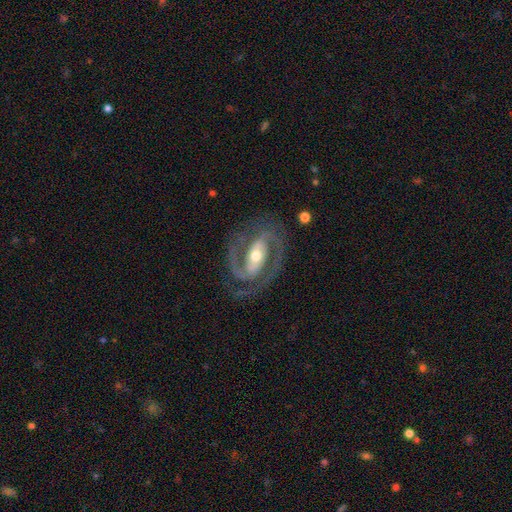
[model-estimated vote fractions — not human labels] Smooth or featured? Predicted: featured or disk (p=0.92). Edge-on disk? Predicted: no (p=0.97). Bar? Predicted: strong (p=0.55). Spiral arms? Predicted: yes (p=0.98). Spiral winding? Predicted: medium (p=0.49). Spiral arm count? Predicted: 2 (p=0.92). Bulge size? Predicted: moderate (p=0.59). Merging? Predicted: none (p=0.81).